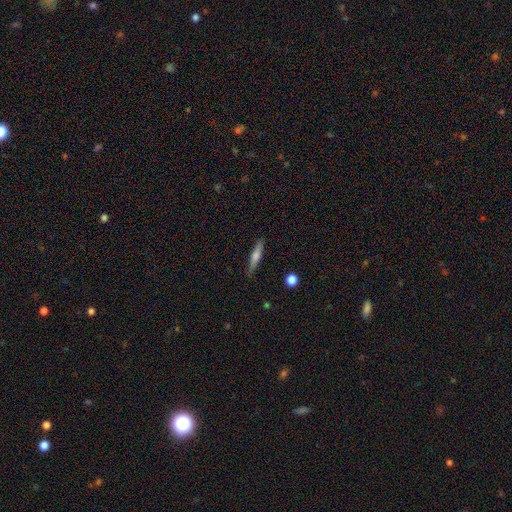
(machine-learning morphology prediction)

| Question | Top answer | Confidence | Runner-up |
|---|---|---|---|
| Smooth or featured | featured or disk | 49% | smooth (44%) |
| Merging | none | 87% | minor disturbance (9%) |